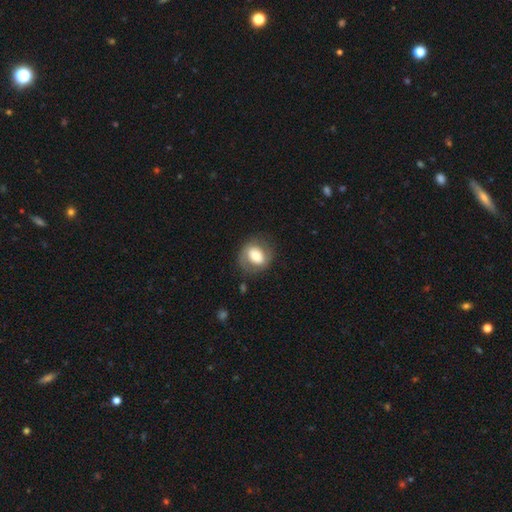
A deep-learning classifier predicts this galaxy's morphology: smooth 58%, featured or disk 34%, star or artifact 8%. Down the decision tree: how rounded — round (53%); merging — none (74%).